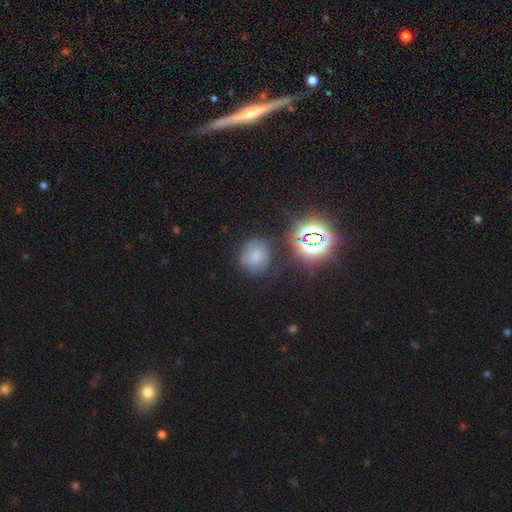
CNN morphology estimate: A smooth galaxy with no disk features (58%) that is round (79%). Merging: none (64%).